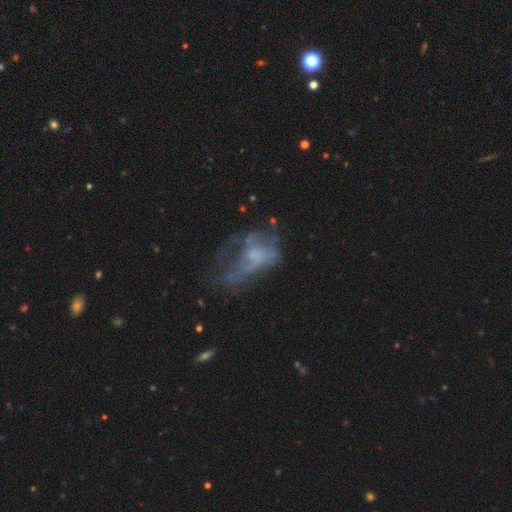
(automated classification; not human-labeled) featured or disk 56%, smooth 28%, star or artifact 16%. Down the decision tree: edge-on disk — no (96%); bar — no (83%); spiral arms — no (80%); bulge size — none (46%); merging — major disturbance (45%).